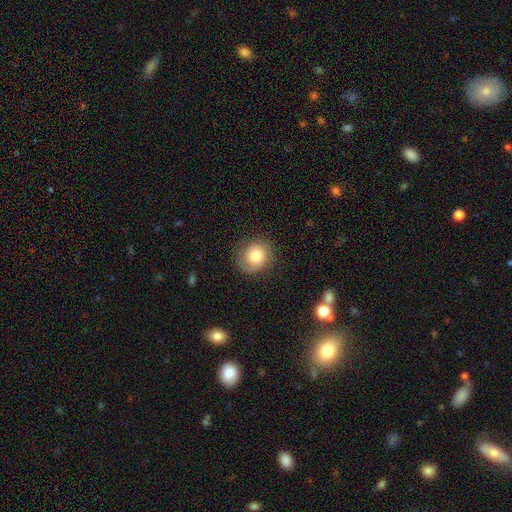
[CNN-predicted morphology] A smooth galaxy with no disk features (60%) that is round (81%).

Vote fractions:
- Smooth or featured? smooth: 60% / featured or disk: 32% / star or artifact: 9%
- How rounded? round: 81% / in between: 18% / cigar-shaped: 1%
- Merging? none: 76% / minor disturbance: 16% / major disturbance: 7% / merger: 1%